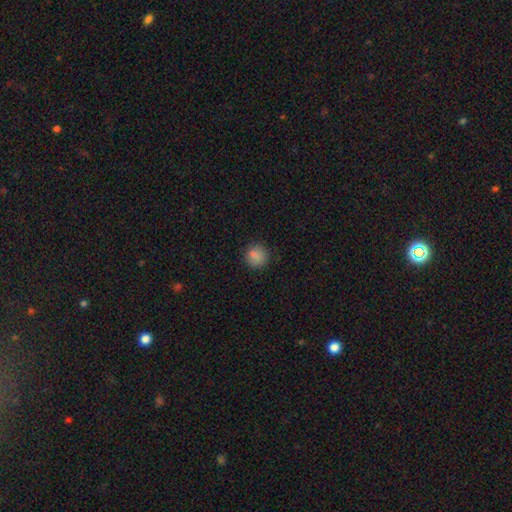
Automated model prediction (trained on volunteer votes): Smooth or featured?
  - smooth: 84% *
  - star or artifact: 11%
  - featured or disk: 5%
How rounded?
  - round: 90% *
  - in between: 9%
  - cigar-shaped: 1%
Merging?
  - none: 85% *
  - minor disturbance: 10%
  - major disturbance: 3%
  - merger: 2%